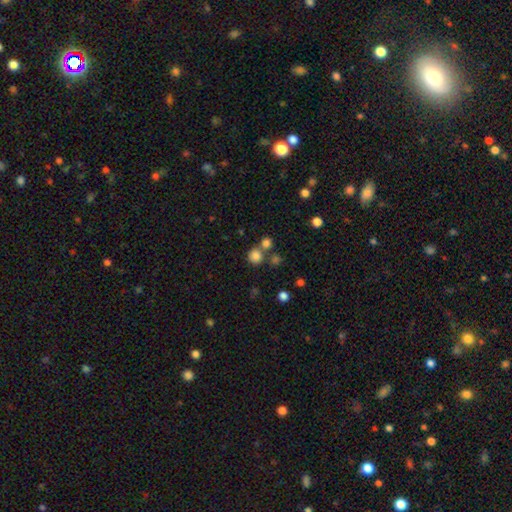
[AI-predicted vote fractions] Smooth or featured: smooth — 80% (star or artifact — 14%)
How rounded: round — 91% (in between — 8%)
Merging: none — 67% (merger — 22%)